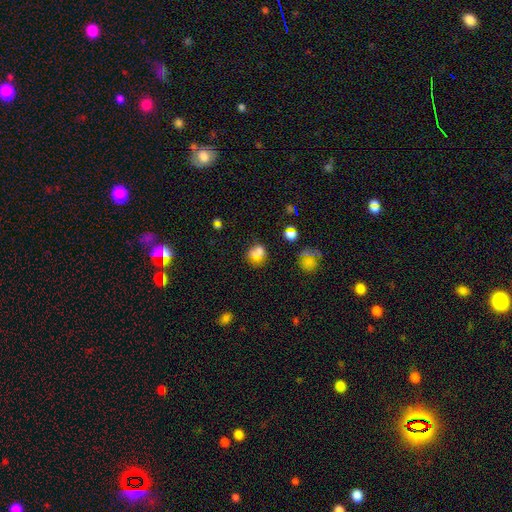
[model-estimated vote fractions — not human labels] A smooth galaxy with no disk features (64%) that is round (74%). Merging: none (54%).